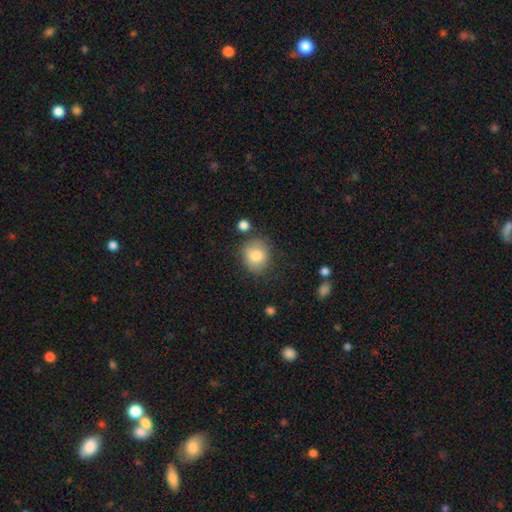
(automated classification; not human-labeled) This is clearly a smooth galaxy (81%). How rounded: likely round (71%). Merging: likely none (69%).